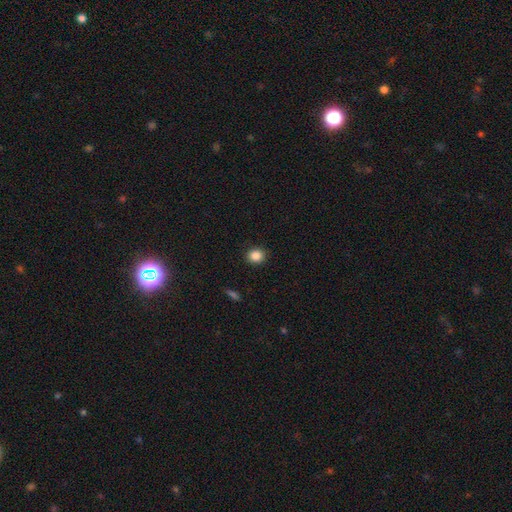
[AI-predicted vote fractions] Overall: smooth (86%). How rounded: round (80%). Merging: none (91%).